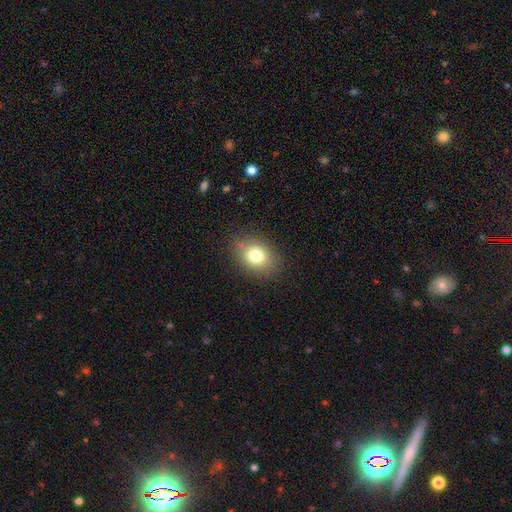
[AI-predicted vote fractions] smooth-or-featured: smooth: 77% | featured or disk: 12% | star or artifact: 11%
  how-rounded: in between: 65% | round: 34% | cigar-shaped: 1%
  merging: none: 82% | minor disturbance: 13% | major disturbance: 4% | merger: 2%